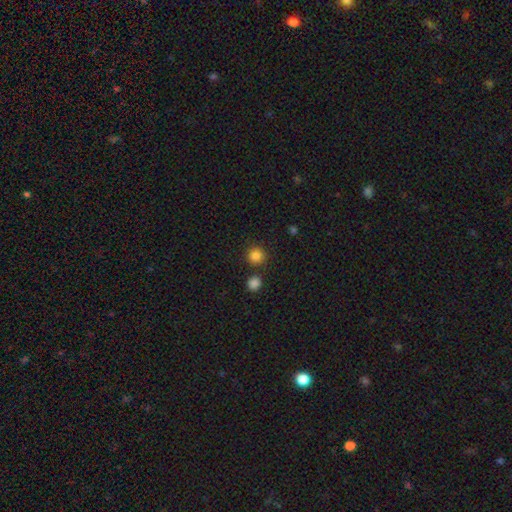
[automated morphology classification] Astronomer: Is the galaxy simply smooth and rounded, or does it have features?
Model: smooth — 84%.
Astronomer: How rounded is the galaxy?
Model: round — 93%.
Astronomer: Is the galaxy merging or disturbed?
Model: none — 82%.